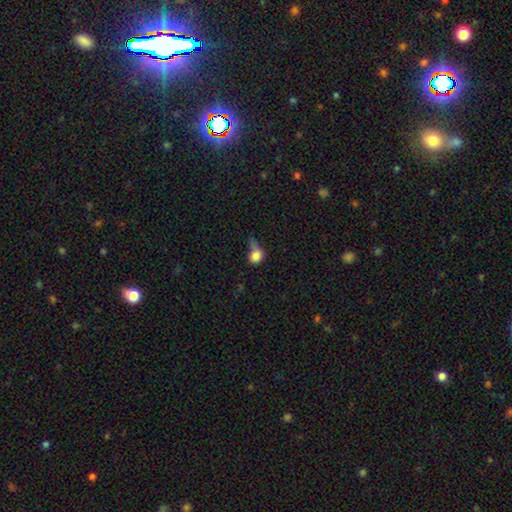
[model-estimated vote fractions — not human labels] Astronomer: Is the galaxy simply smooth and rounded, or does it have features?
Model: smooth — 78%.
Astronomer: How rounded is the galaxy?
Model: round — 65%.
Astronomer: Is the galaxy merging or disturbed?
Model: major disturbance — 36% (runner-up: minor disturbance, 27%).